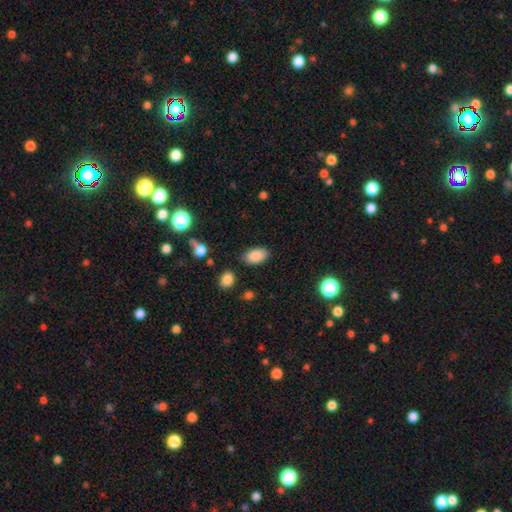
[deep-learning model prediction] Morphology: type=smooth (87%); roundness=in between (93%); merging=none (84%).